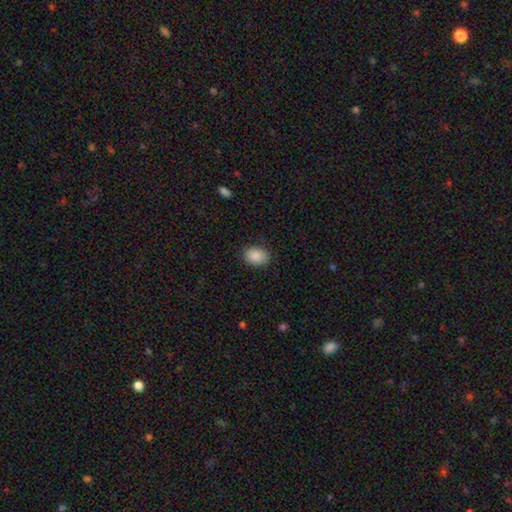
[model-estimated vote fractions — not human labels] Smooth or featured: smooth — 89% (star or artifact — 7%)
How rounded: in between — 74% (round — 25%)
Merging: none — 85% (minor disturbance — 11%)